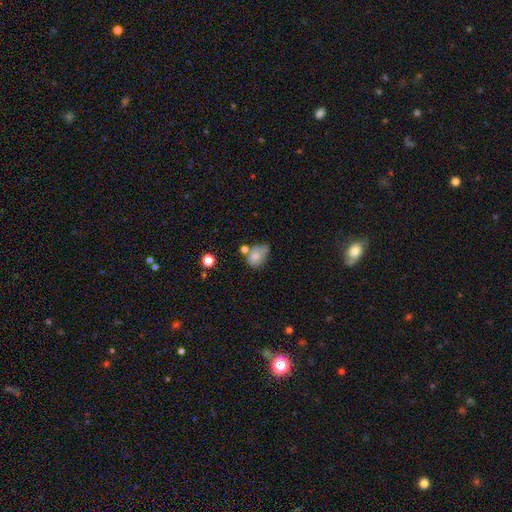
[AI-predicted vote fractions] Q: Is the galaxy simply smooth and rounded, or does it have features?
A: smooth — 68%.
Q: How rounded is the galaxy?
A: in between — 65%.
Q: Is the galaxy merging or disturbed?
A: none — 37%.